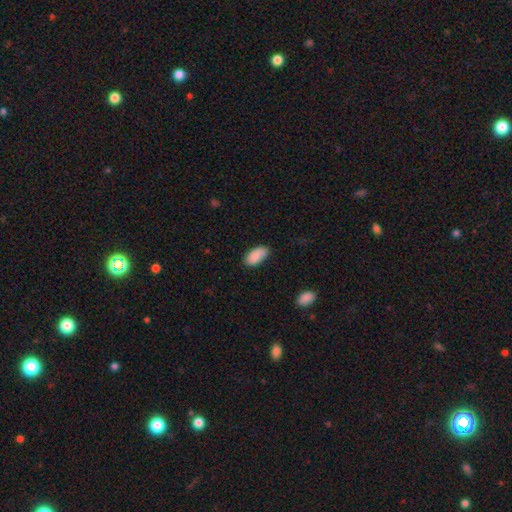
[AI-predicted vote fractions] Smooth or featured?
  - smooth: 89% *
  - star or artifact: 6%
  - featured or disk: 5%
How rounded?
  - in between: 94% *
  - cigar-shaped: 3%
  - round: 2%
Merging?
  - none: 77% *
  - minor disturbance: 18%
  - major disturbance: 3%
  - merger: 2%